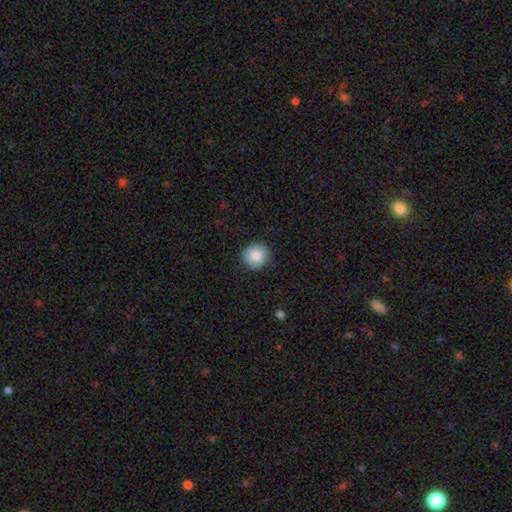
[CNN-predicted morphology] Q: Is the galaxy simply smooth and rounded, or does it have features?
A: smooth — 84%.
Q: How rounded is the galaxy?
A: round — 92%.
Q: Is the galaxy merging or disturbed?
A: none — 85%.